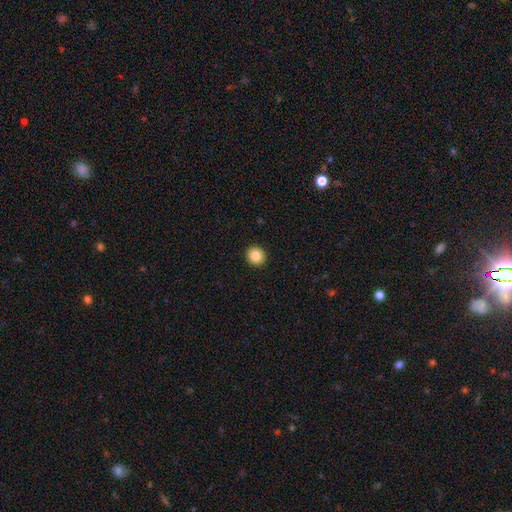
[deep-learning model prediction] Q: Smooth or featured?
A: smooth (85%); runner-up: star or artifact (9%)
Q: How rounded?
A: round (89%); runner-up: in between (10%)
Q: Merging?
A: none (93%); runner-up: minor disturbance (4%)